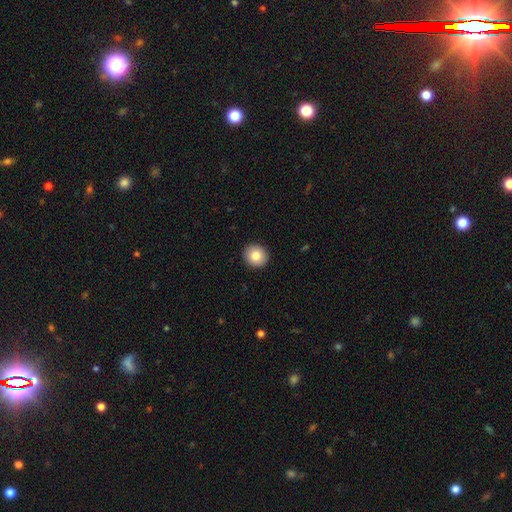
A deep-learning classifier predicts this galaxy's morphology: smooth_or_featured: smooth (p=0.84) [alt: featured or disk p=0.08]
how_rounded: round (p=0.90) [alt: in between p=0.09]
merging: none (p=0.93) [alt: minor disturbance p=0.05]